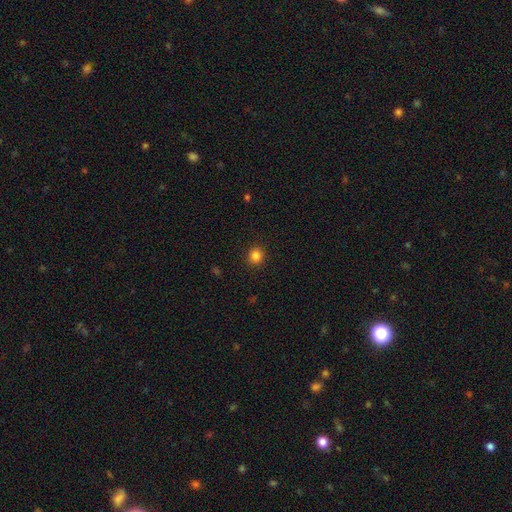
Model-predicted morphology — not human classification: Overall: smooth (84%). How rounded: round (91%). Merging: none (92%).